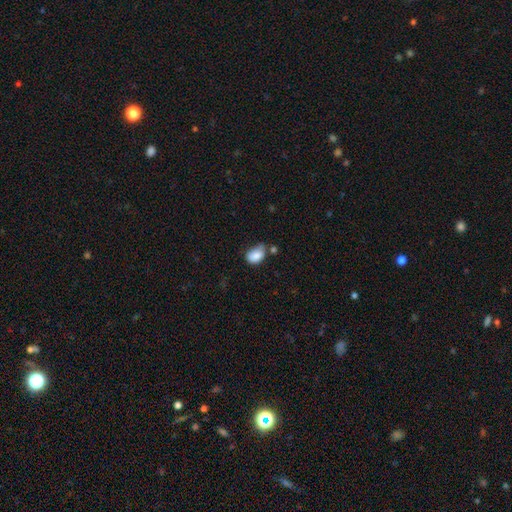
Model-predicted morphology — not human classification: smooth_or_featured: smooth (p=0.83) [alt: featured or disk p=0.09]
how_rounded: in between (p=0.81) [alt: round p=0.18]
merging: none (p=0.40) [alt: minor disturbance p=0.36]